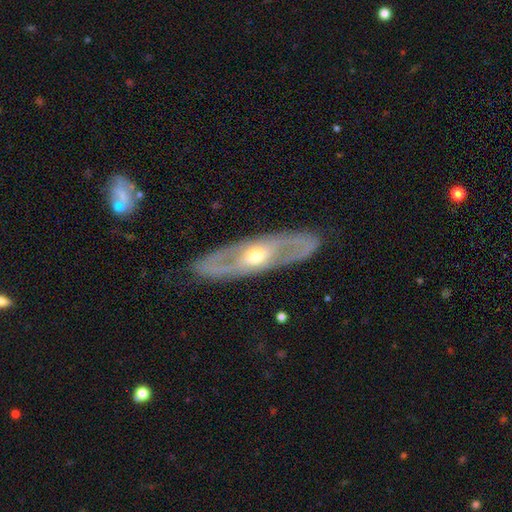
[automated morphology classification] Smooth or featured? Predicted: featured or disk (p=0.78). Edge-on disk? Predicted: no (p=0.75). Bar? Predicted: no (p=0.64). Spiral arms? Predicted: yes (p=0.62). Bulge size? Predicted: moderate (p=0.63). Merging? Predicted: none (p=0.85).